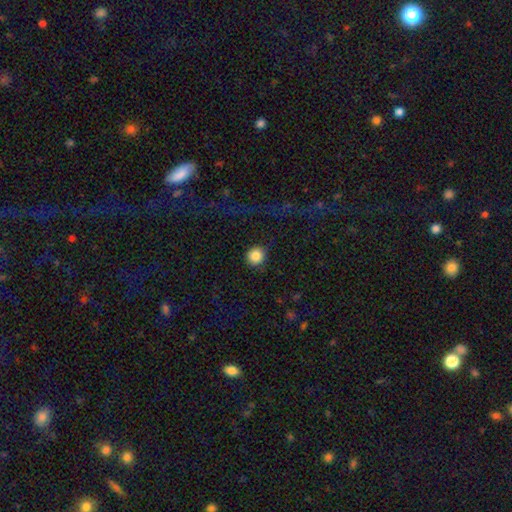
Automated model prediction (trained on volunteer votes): Smooth or featured?
  - smooth: 85% *
  - star or artifact: 10%
  - featured or disk: 5%
How rounded?
  - round: 93% *
  - in between: 6%
  - cigar-shaped: 1%
Merging?
  - none: 86% *
  - minor disturbance: 9%
  - major disturbance: 4%
  - merger: 2%